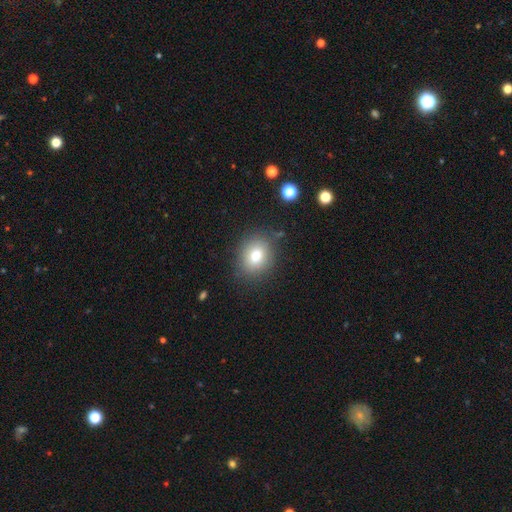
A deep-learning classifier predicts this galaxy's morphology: This appears to be a smooth galaxy with no disk features (78%) that is round (53%). Merging: none (81%).